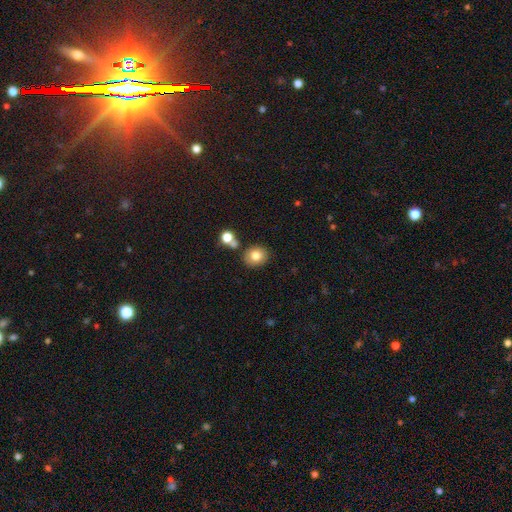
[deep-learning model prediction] The model was most divided on "how rounded": round: 70%, in between: 29%, cigar-shaped: 1%. More confident: smooth or featured — smooth (80%); merging — none (78%).